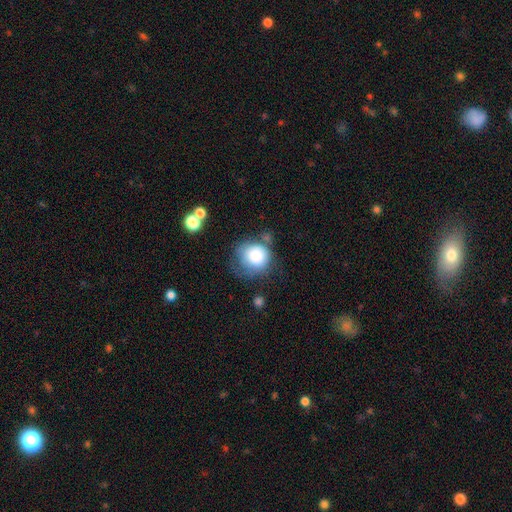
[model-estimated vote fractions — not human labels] smooth_or_featured: smooth (p=0.81) [alt: featured or disk p=0.11]
how_rounded: round (p=0.83) [alt: in between p=0.16]
merging: none (p=0.45) [alt: minor disturbance p=0.28]